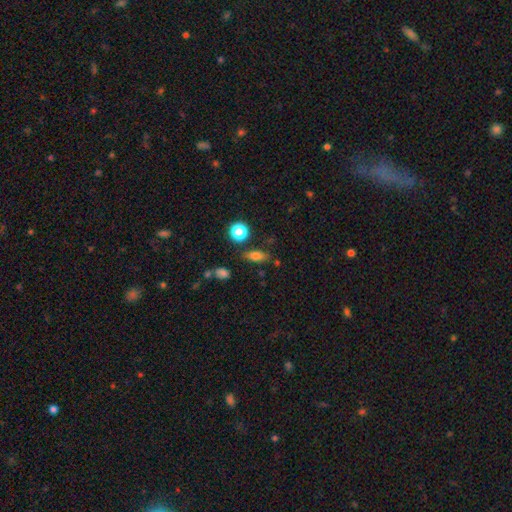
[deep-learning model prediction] A smooth galaxy with no disk features (71%) that is in between round and cigar-shaped (64%).

Vote fractions:
- Smooth or featured? smooth: 71% / featured or disk: 15% / star or artifact: 14%
- How rounded? in between: 64% / cigar-shaped: 22% / round: 14%
- Merging? none: 78% / minor disturbance: 13% / merger: 4% / major disturbance: 4%